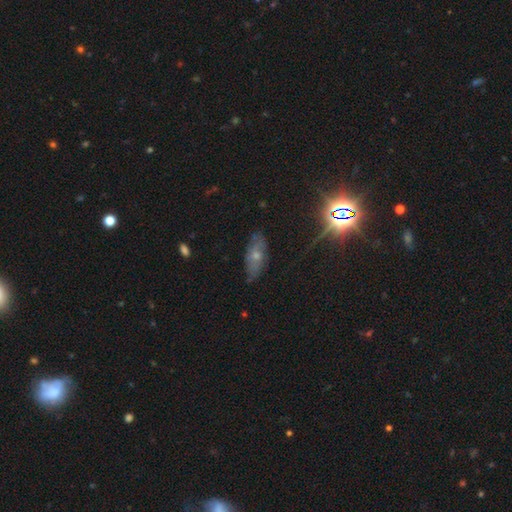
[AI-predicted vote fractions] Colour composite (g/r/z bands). It shows a featured or disk galaxy (43%). Merging: none (74%).